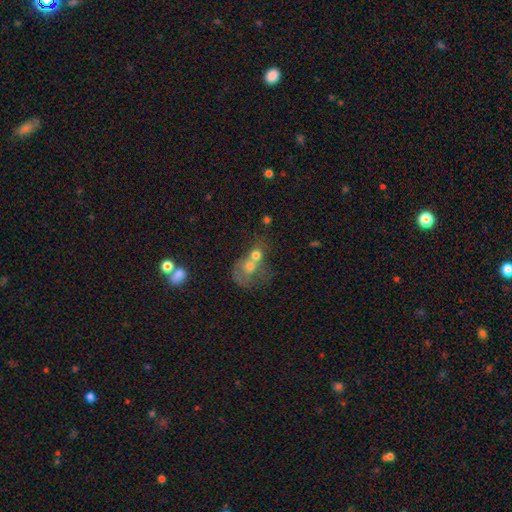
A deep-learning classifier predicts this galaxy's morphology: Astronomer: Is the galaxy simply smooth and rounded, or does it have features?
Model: smooth — 61%.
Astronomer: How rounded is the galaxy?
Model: round — 64%.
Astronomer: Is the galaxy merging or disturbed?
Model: merger — 71%.